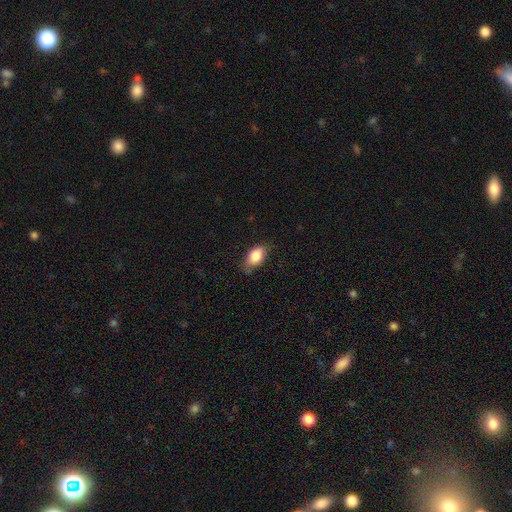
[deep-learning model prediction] Smooth or featured? smooth (84%)
How rounded? in between (88%)
Merging? none (69%)